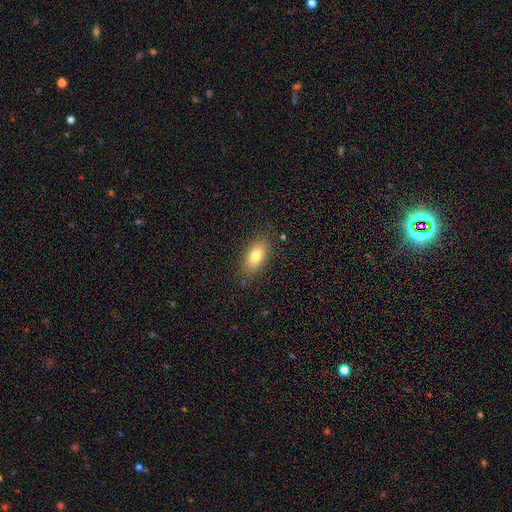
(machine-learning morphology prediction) type=smooth (78%); roundness=in between (87%); merging=none (83%).